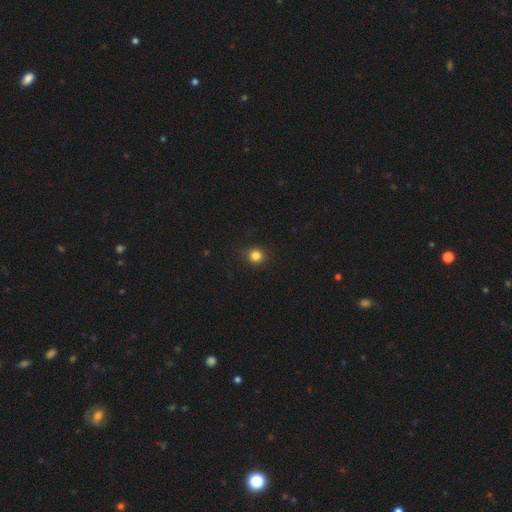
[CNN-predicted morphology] Q: Smooth or featured?
A: smooth (83%); runner-up: star or artifact (13%)
Q: How rounded?
A: round (92%); runner-up: in between (7%)
Q: Merging?
A: none (91%); runner-up: minor disturbance (7%)